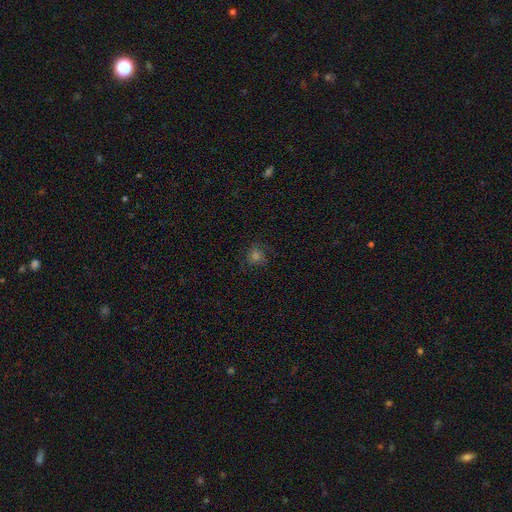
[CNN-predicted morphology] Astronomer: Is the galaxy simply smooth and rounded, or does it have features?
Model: smooth — 56%.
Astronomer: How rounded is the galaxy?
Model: round — 85%.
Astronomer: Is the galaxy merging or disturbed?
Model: none — 78%.